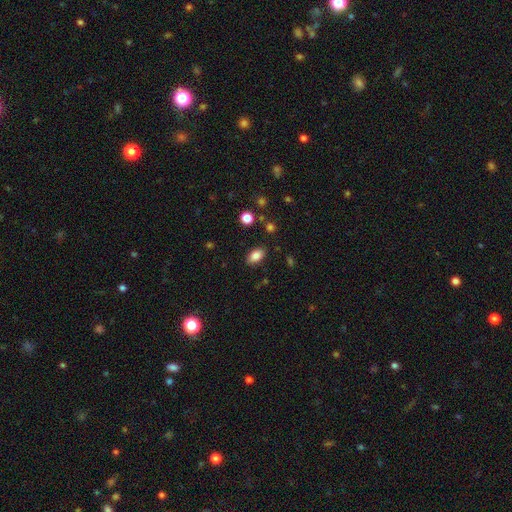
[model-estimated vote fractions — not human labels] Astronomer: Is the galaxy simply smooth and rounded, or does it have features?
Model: smooth — 83%.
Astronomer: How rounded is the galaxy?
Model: in between — 91%.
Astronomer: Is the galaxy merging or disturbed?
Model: none — 86%.